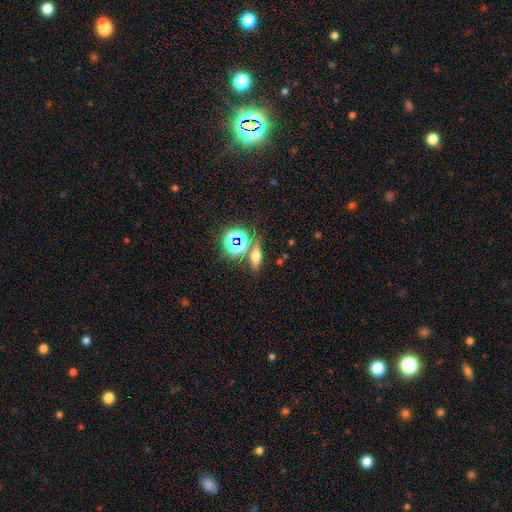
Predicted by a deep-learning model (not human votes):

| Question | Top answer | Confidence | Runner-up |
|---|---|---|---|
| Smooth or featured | smooth | 50% | star or artifact (26%) |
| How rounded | in between | 51% | cigar-shaped (32%) |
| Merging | none | 76% | merger (11%) |